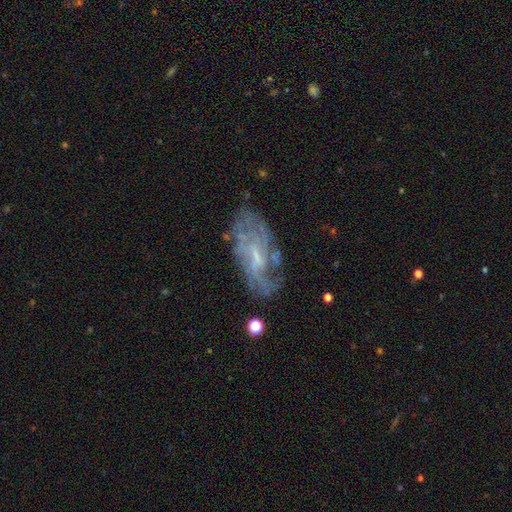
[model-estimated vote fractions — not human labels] smooth-or-featured: featured or disk: 75% | smooth: 16% | star or artifact: 9%
  disk-edge-on: no: 93% | yes: 7%
    bar: no: 46% | weak: 44% | strong: 10%
    has-spiral-arms: yes: 77% | no: 23%
      spiral-winding: tight: 39% | medium: 38% | loose: 23%
      spiral-arm-count: can't tell: 53% | 2: 14% | 3: 12% | 4: 10% | 1: 6% | more than 4: 5%
    bulge-size: small: 52% | none: 23% | moderate: 22% | large: 2% | dominant: 1%
  merging: none: 59% | minor disturbance: 21% | major disturbance: 16% | merger: 4%